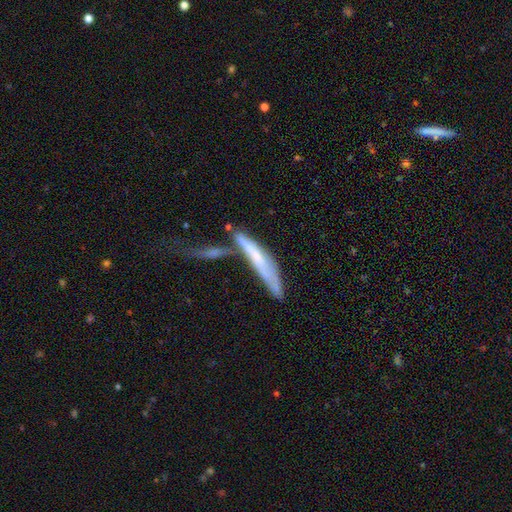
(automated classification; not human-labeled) A featured or disk galaxy (48%).

Vote fractions:
- Smooth or featured? featured or disk: 48% / smooth: 44% / star or artifact: 8%
- Merging? merger: 40% / none: 24% / major disturbance: 20% / minor disturbance: 17%